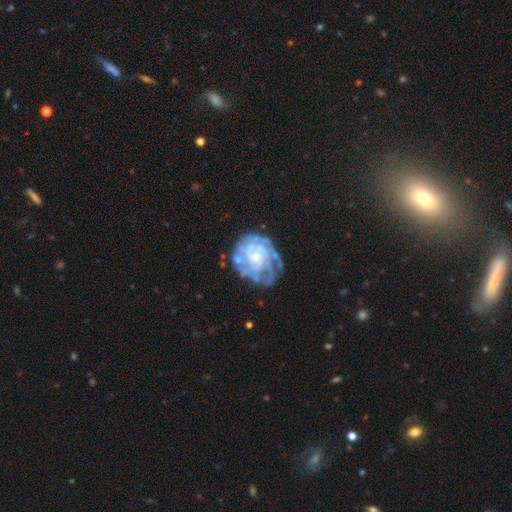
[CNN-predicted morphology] Q: Smooth or featured?
A: featured or disk (81%); runner-up: smooth (12%)
Q: Edge-on disk?
A: no (98%); runner-up: yes (2%)
Q: Bar?
A: no (73%); runner-up: weak (23%)
Q: Spiral arms?
A: yes (80%); runner-up: no (20%)
Q: Spiral winding?
A: tight (63%); runner-up: medium (27%)
Q: Spiral arm count?
A: can't tell (51%); runner-up: 3 (13%)
Q: Bulge size?
A: moderate (41%); runner-up: small (39%)
Q: Merging?
A: none (60%); runner-up: minor disturbance (22%)